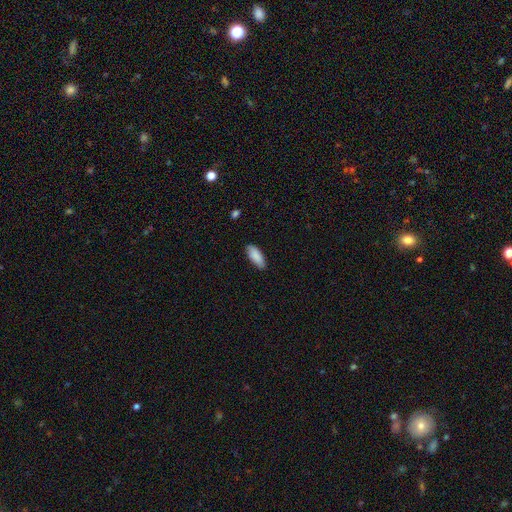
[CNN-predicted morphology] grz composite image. It shows a smooth galaxy with no disk features (88%) that is in between round and cigar-shaped (81%). Merging: none (82%).